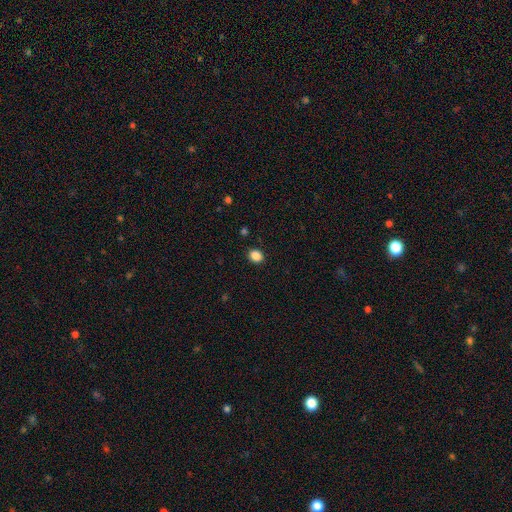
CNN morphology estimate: A smooth galaxy with no disk features (87%) that is round (55%). Merging: none (90%).